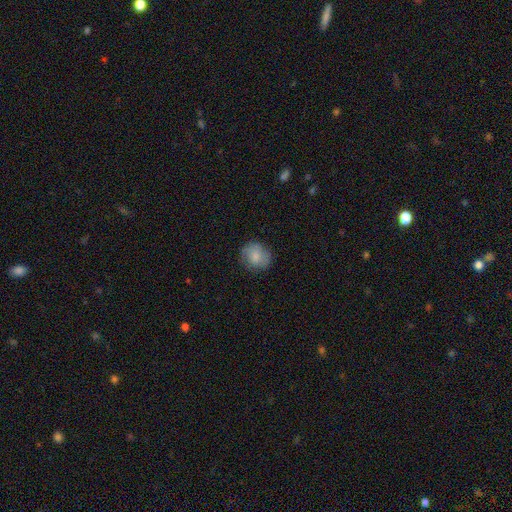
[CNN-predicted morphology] Q: Smooth or featured?
A: smooth (79%); runner-up: featured or disk (13%)
Q: How rounded?
A: round (81%); runner-up: in between (18%)
Q: Merging?
A: none (79%); runner-up: minor disturbance (16%)